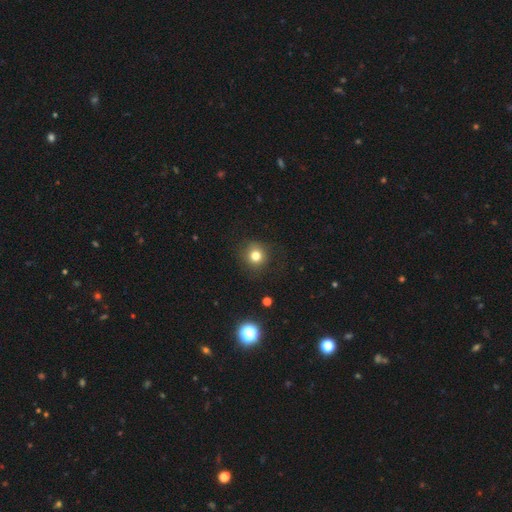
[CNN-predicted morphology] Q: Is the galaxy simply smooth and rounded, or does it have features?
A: smooth — 78%.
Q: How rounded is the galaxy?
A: round — 91%.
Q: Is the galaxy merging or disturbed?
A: none — 85%.